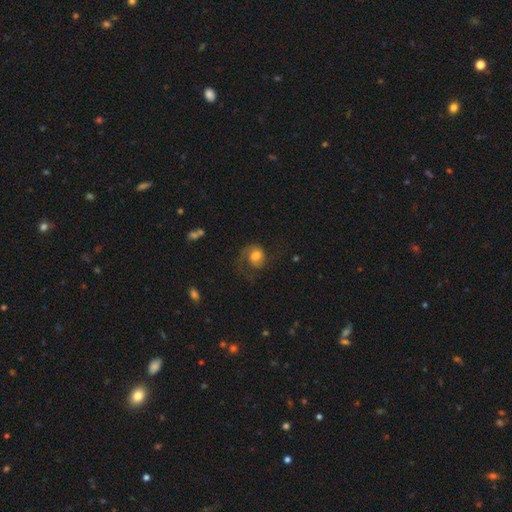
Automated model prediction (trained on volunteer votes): Morphology: type=smooth (46%); merging=none (43%).